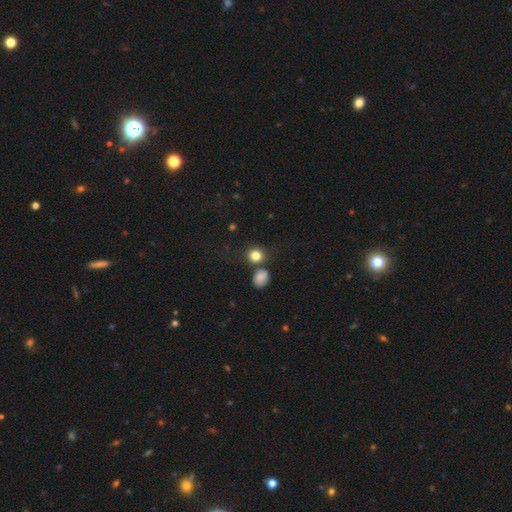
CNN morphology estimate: Smooth or featured? Predicted: smooth (p=0.82). How rounded? Predicted: round (p=0.79). Merging? Predicted: none (p=0.69).